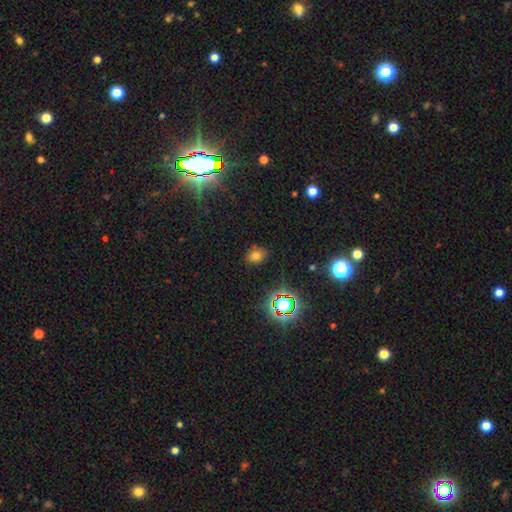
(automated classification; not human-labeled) smooth 68%, star or artifact 24%, featured or disk 8%. Down the decision tree: how rounded — in between (53%); merging — none (80%).